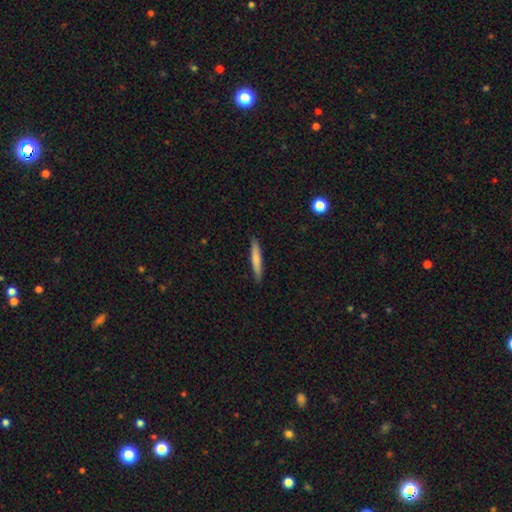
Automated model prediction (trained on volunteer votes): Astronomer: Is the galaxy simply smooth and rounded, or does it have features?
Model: smooth — 56% (runner-up: featured or disk, 36%).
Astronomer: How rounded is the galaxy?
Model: cigar-shaped — 94%.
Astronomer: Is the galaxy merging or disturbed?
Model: none — 91%.